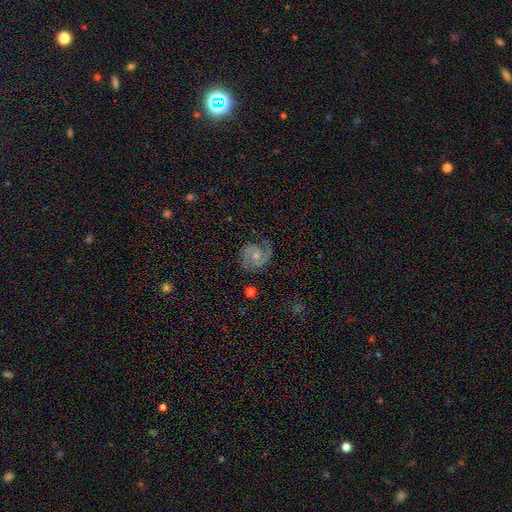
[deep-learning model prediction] A featured or disk galaxy (70%) with no bar (74%), 2 (61%) medium (43%) spiral arms (92%) and a small central bulge (54%). Merging: none (63%).